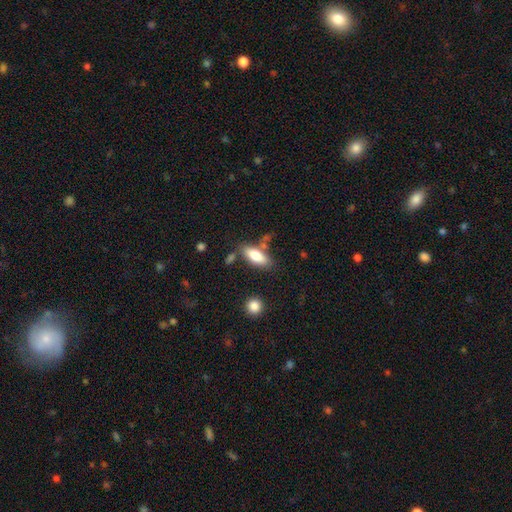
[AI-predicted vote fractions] This is likely a smooth galaxy (78%). How rounded: likely in between (76%). Merging: likely none (68%).